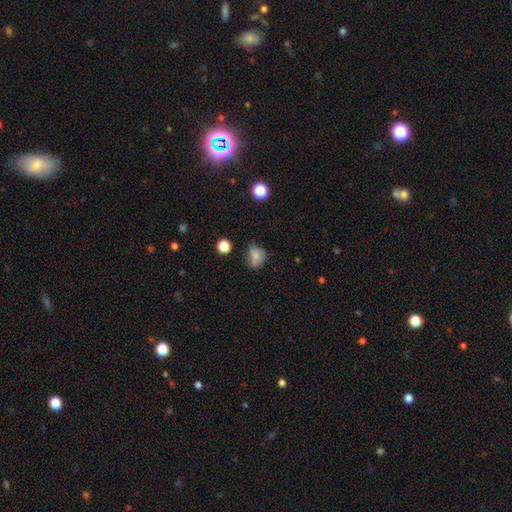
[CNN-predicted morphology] A smooth galaxy with no disk features (75%) that is round (51%).

Vote fractions:
- Smooth or featured? smooth: 75% / featured or disk: 13% / star or artifact: 12%
- How rounded? round: 51% / in between: 48% / cigar-shaped: 1%
- Merging? none: 52% / minor disturbance: 33% / major disturbance: 11% / merger: 4%